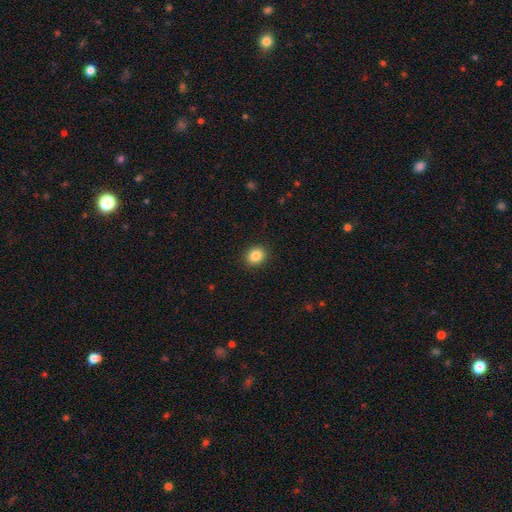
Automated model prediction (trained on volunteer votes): A smooth galaxy with no disk features (86%) that is round (68%). Merging: none (91%).